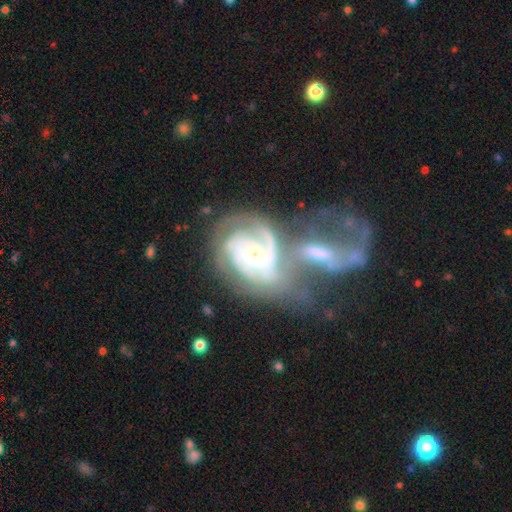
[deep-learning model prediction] Smooth or featured?
  - featured or disk: 89% *
  - smooth: 6%
  - star or artifact: 5%
Edge-on disk?
  - no: 97% *
  - yes: 3%
Bar?
  - no: 65% *
  - weak: 25%
  - strong: 10%
Spiral arms?
  - yes: 97% *
  - no: 3%
Spiral winding?
  - tight: 60% *
  - medium: 32%
  - loose: 8%
Spiral arm count?
  - 2: 34% *
  - 3: 27%
  - can't tell: 21%
  - 4: 8%
  - 1: 6%
  - more than 4: 5%
Bulge size?
  - small: 71% *
  - moderate: 24%
  - none: 2%
  - large: 2%
  - dominant: 1%
Merging?
  - merger: 61% *
  - none: 17%
  - major disturbance: 12%
  - minor disturbance: 10%